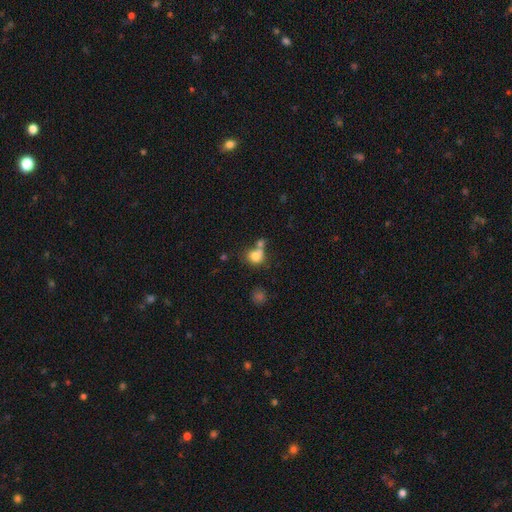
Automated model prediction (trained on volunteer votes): smooth 77%, star or artifact 12%, featured or disk 11%. Down the decision tree: how rounded — round (74%); merging — merger (42%).